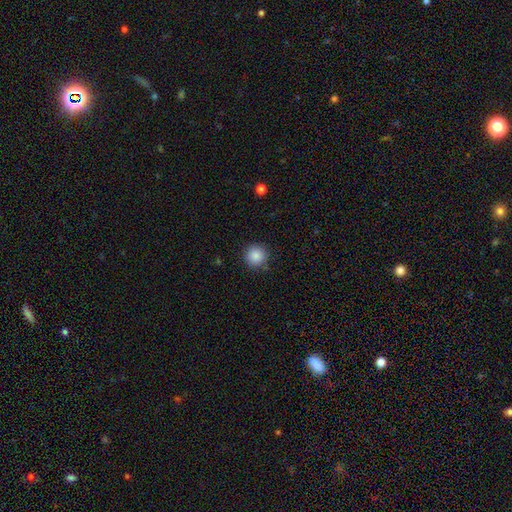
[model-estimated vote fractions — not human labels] smooth 87%, star or artifact 9%, featured or disk 3%. Down the decision tree: how rounded — round (95%); merging — none (90%).